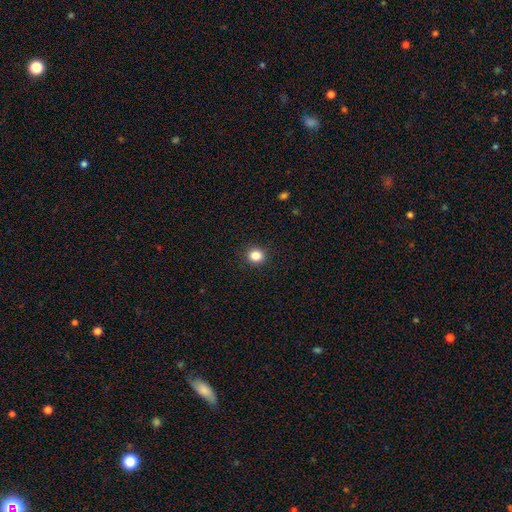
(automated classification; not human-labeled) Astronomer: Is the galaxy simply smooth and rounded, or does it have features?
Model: smooth — 84%.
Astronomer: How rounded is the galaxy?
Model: round — 85%.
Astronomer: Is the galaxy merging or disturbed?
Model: none — 92%.